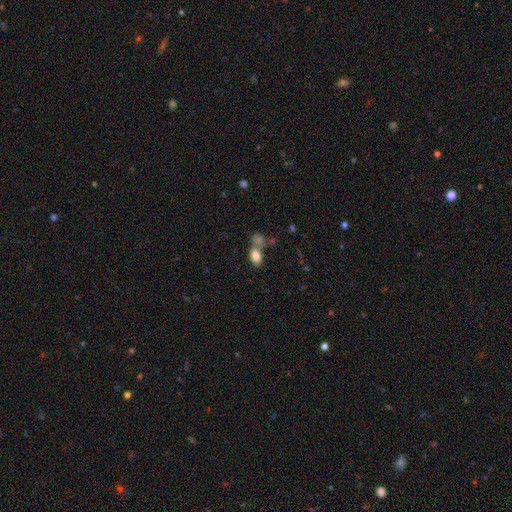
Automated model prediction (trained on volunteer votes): Smooth or featured? Predicted: smooth (p=0.82). How rounded? Predicted: in between (p=0.88). Merging? Predicted: none (p=0.41, tied with merger).